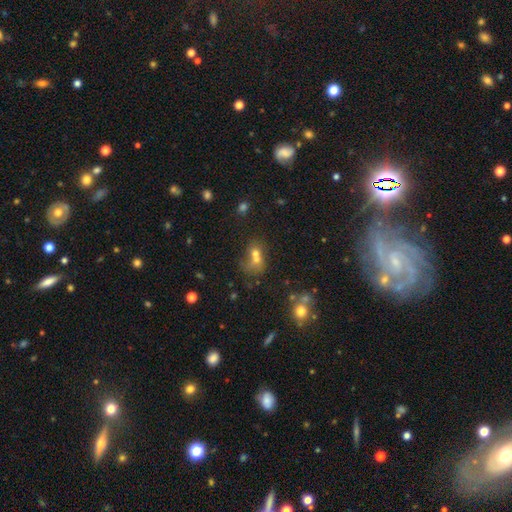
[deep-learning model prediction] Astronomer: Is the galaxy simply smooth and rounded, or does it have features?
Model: smooth — 57%.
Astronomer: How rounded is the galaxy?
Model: round — 49% (runner-up: in between, 48%).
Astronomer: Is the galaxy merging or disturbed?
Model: merger — 57%.